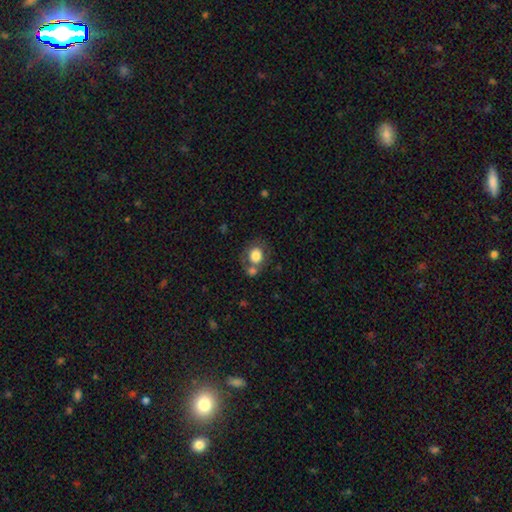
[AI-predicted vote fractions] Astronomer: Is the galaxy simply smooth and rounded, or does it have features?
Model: smooth — 76%.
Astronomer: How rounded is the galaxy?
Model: round — 71%.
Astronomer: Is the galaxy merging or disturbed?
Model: none — 53%.